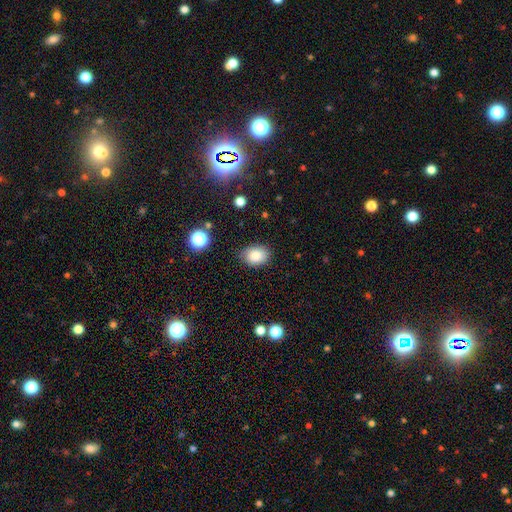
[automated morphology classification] Smooth or featured: smooth — 84% (star or artifact — 9%)
How rounded: in between — 69% (round — 30%)
Merging: none — 80% (minor disturbance — 15%)